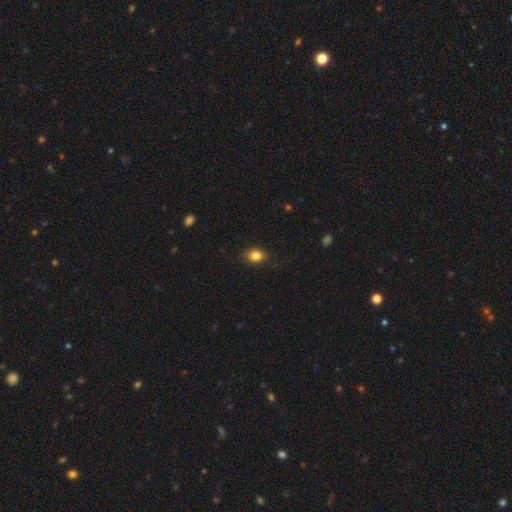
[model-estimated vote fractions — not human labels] smooth 84%, star or artifact 10%, featured or disk 6%. Down the decision tree: how rounded — in between (55%); merging — none (86%).